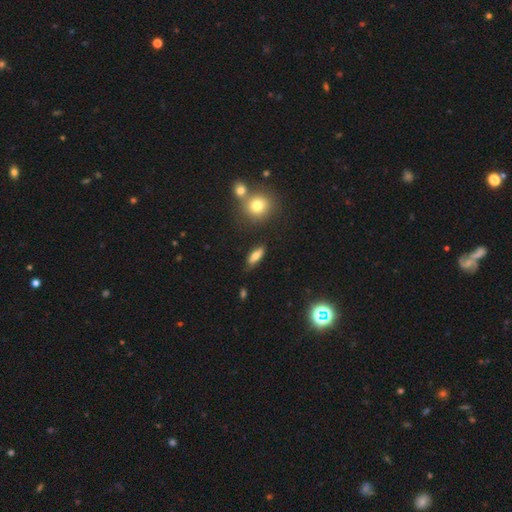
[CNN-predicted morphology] A smooth galaxy with no disk features (72%) that is in between round and cigar-shaped (60%). Merging: none (79%).